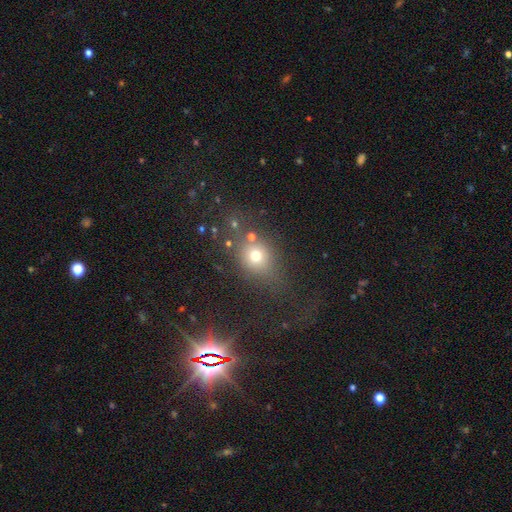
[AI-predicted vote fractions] This is likely a smooth galaxy (66%). How rounded: likely round (65%). Merging: likely none (66%).